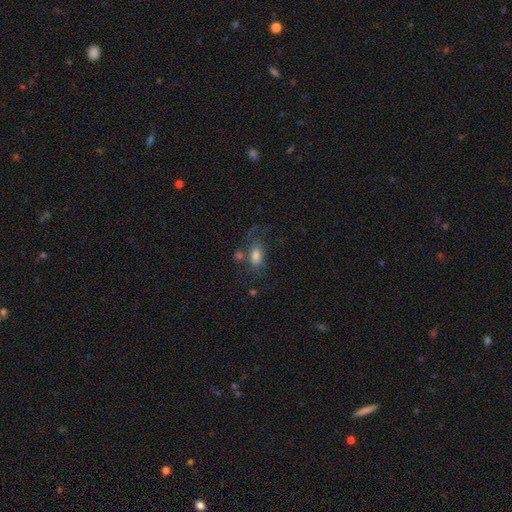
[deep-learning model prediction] Smooth or featured? smooth (62%)
How rounded? in between (84%)
Merging? none (42%)